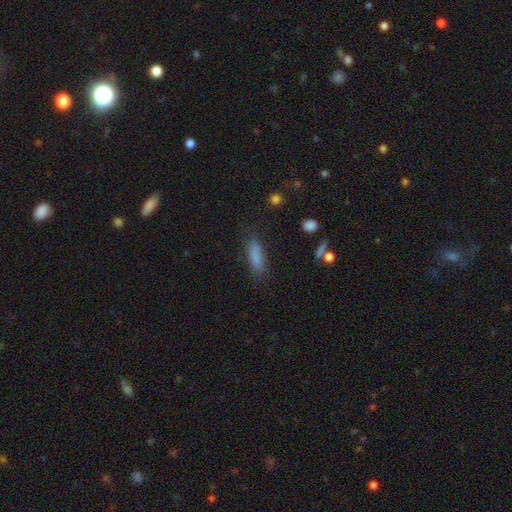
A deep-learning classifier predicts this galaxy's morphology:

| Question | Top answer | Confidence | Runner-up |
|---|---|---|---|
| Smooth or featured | smooth | 82% | star or artifact (10%) |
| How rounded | cigar-shaped | 52% | in between (46%) |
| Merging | none | 75% | minor disturbance (17%) |